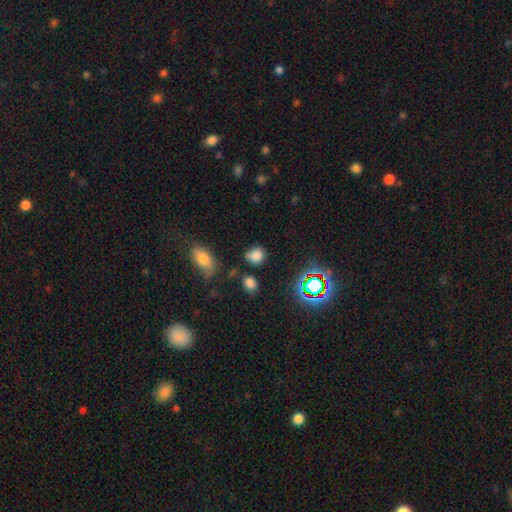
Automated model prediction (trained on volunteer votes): A smooth galaxy with no disk features (75%) that is round (69%). Merging: none (68%).